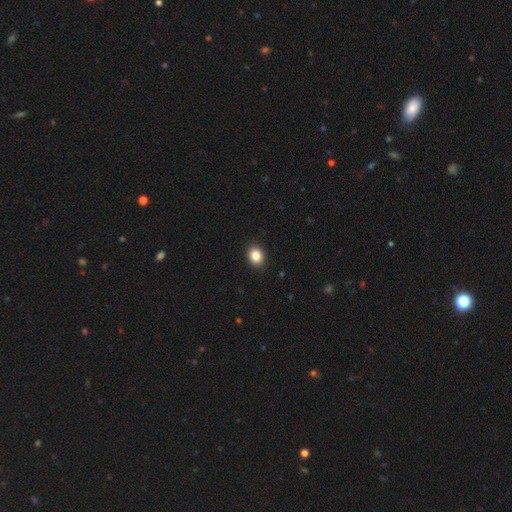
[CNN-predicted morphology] Smooth or featured?
  - smooth: 85% *
  - star or artifact: 10%
  - featured or disk: 5%
How rounded?
  - round: 54% *
  - in between: 45%
  - cigar-shaped: 1%
Merging?
  - none: 91% *
  - minor disturbance: 6%
  - major disturbance: 2%
  - merger: 1%